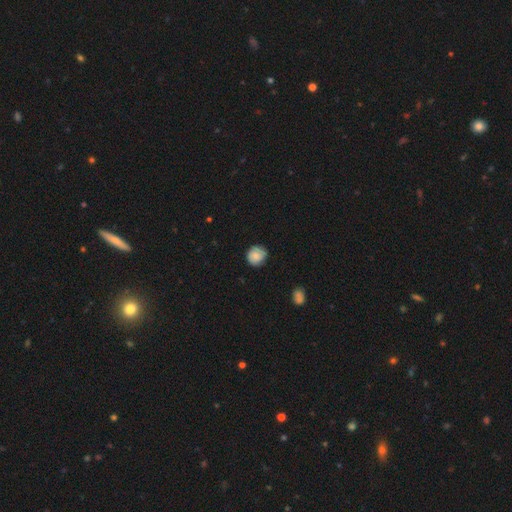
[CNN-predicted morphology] Smooth or featured?
  - smooth: 78% *
  - featured or disk: 15%
  - star or artifact: 7%
How rounded?
  - round: 87% *
  - in between: 12%
  - cigar-shaped: 1%
Merging?
  - none: 78% *
  - minor disturbance: 18%
  - major disturbance: 3%
  - merger: 1%